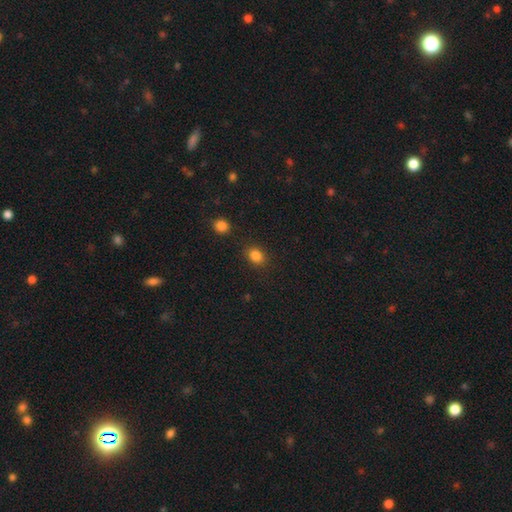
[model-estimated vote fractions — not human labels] Morphology: type=smooth (84%); roundness=in between (50%); merging=none (84%).